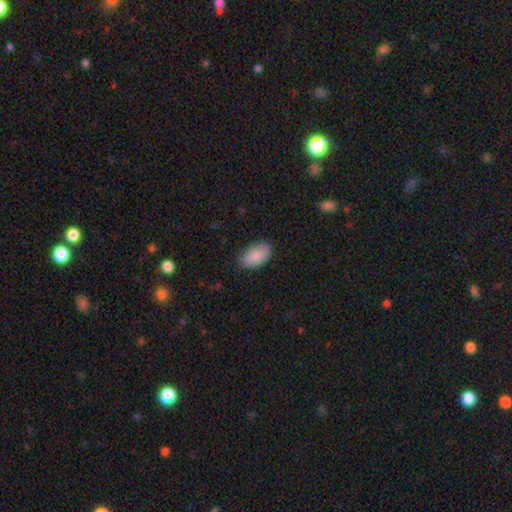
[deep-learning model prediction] A smooth galaxy with no disk features (89%) that is in between round and cigar-shaped (94%).

Vote fractions:
- Smooth or featured? smooth: 89% / star or artifact: 6% / featured or disk: 5%
- How rounded? in between: 94% / round: 4% / cigar-shaped: 2%
- Merging? none: 83% / minor disturbance: 13% / major disturbance: 3% / merger: 1%